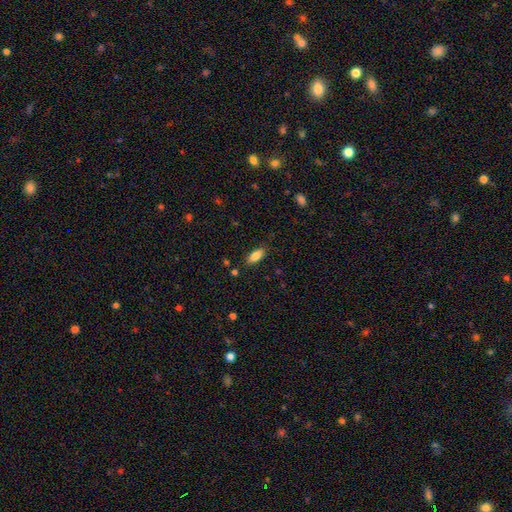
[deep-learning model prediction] A smooth galaxy with no disk features (85%) that is in between round and cigar-shaped (80%).

Vote fractions:
- Smooth or featured? smooth: 85% / star or artifact: 8% / featured or disk: 7%
- How rounded? in between: 80% / cigar-shaped: 18% / round: 2%
- Merging? none: 83% / minor disturbance: 12% / major disturbance: 3% / merger: 2%